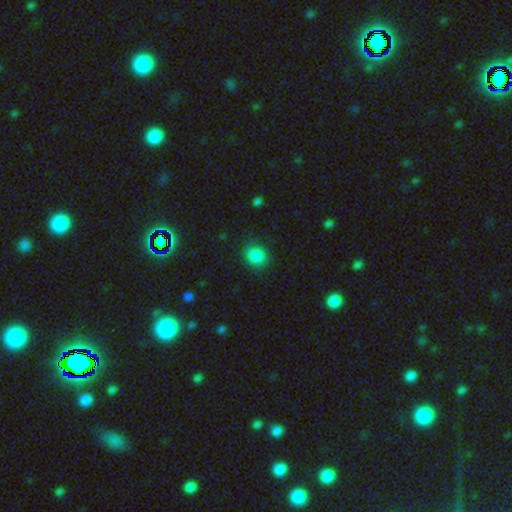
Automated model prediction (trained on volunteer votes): The model was most divided on "how rounded": round: 77%, in between: 22%, cigar-shaped: 1%. More confident: smooth or featured — smooth (86%); merging — none (85%).